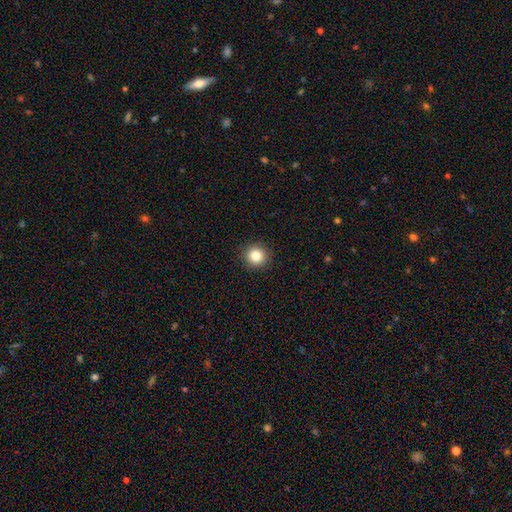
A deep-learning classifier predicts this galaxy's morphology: Smooth or featured: smooth — 84% (star or artifact — 11%)
How rounded: round — 92% (in between — 7%)
Merging: none — 92% (minor disturbance — 5%)